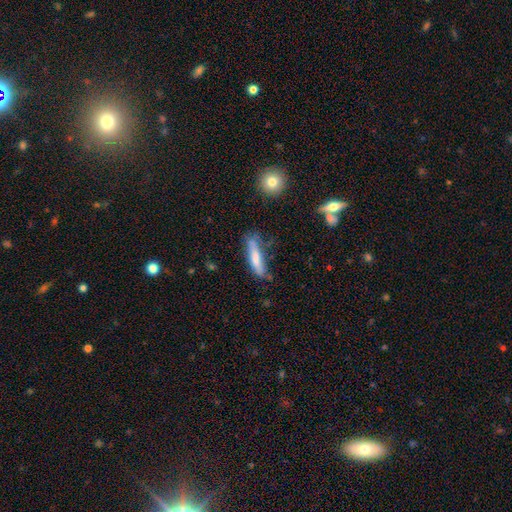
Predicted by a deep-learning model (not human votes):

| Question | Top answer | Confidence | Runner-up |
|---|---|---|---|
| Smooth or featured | smooth | 63% | featured or disk (30%) |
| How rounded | cigar-shaped | 75% | in between (23%) |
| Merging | none | 55% | minor disturbance (30%) |